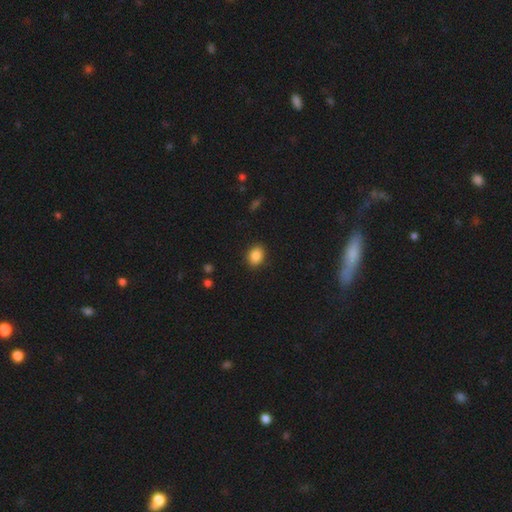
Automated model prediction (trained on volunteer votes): Smooth or featured? smooth (87%)
How rounded? in between (58%)
Merging? none (89%)